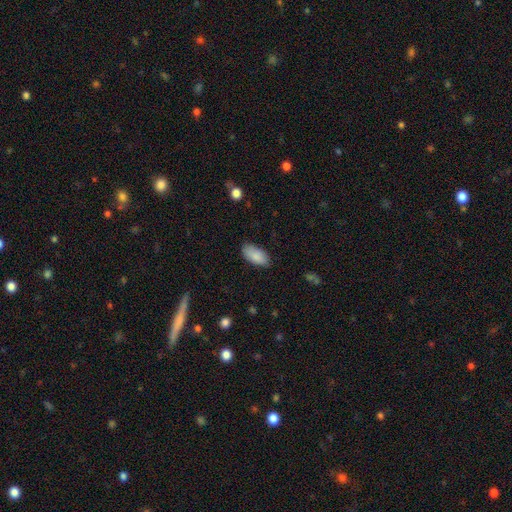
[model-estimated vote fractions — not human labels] Smooth or featured? Predicted: smooth (p=0.87). How rounded? Predicted: in between (p=0.93). Merging? Predicted: none (p=0.82).